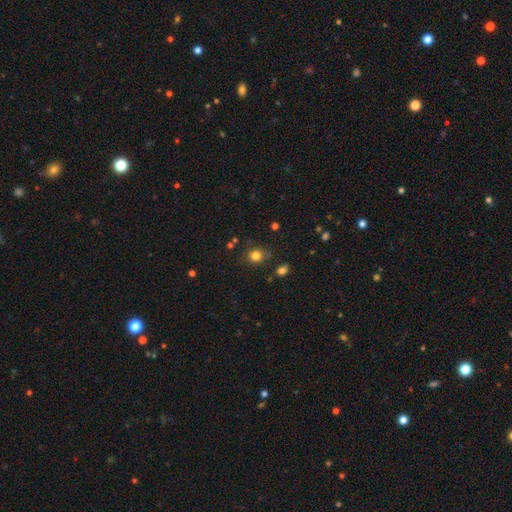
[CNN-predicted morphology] type=smooth (80%); roundness=round (83%); merging=none (81%).